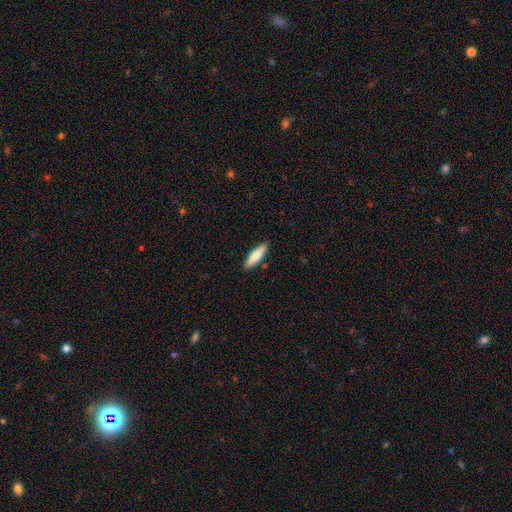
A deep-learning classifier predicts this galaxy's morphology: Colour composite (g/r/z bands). It shows a smooth galaxy with no disk features (69%) that is cigar-shaped (63%). Merging: none (88%).